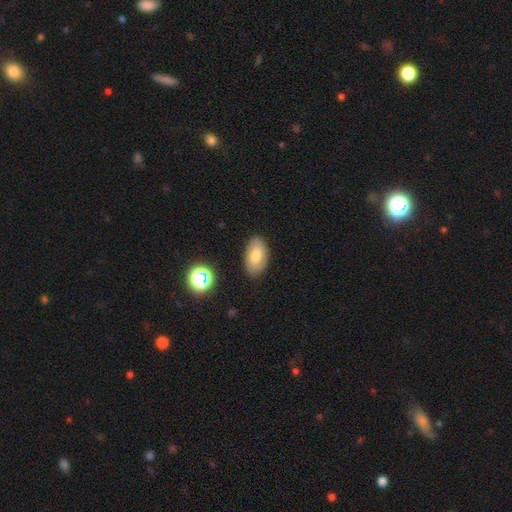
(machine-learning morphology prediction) smooth-or-featured: smooth: 63% | featured or disk: 27% | star or artifact: 10%
  how-rounded: in between: 92% | round: 6% | cigar-shaped: 2%
  merging: none: 84% | minor disturbance: 12% | major disturbance: 3% | merger: 2%